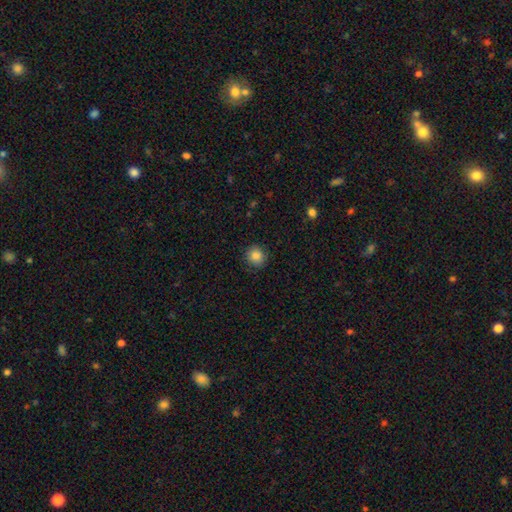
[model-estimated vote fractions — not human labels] A smooth galaxy with no disk features (85%) that is round (90%). Merging: none (87%).